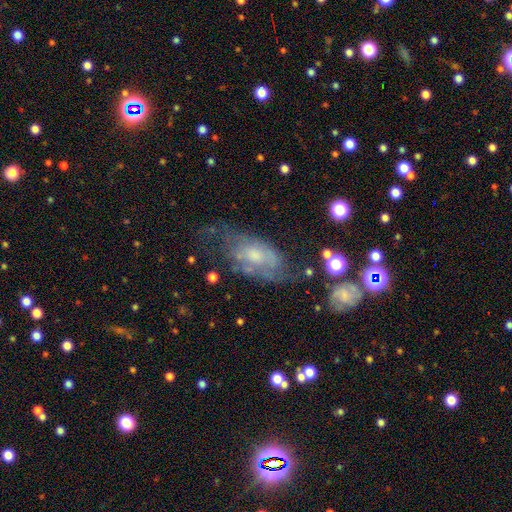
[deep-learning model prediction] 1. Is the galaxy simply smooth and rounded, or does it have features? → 62% featured or disk, 28% smooth, 10% star or artifact.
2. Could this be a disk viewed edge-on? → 91% no, 9% yes.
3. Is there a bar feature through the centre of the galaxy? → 75% no, 22% weak, 4% strong.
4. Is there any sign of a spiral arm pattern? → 63% yes, 37% no.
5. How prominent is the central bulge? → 45% moderate, 37% small, 10% none, 7% large, 2% dominant.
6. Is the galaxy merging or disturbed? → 43% none, 26% minor disturbance, 25% major disturbance, 5% merger.